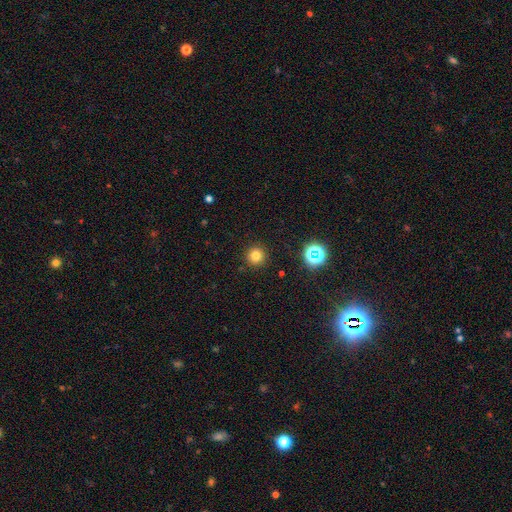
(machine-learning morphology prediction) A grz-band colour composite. It shows a smooth galaxy with no disk features (78%) that is round (96%). Merging: none (91%).